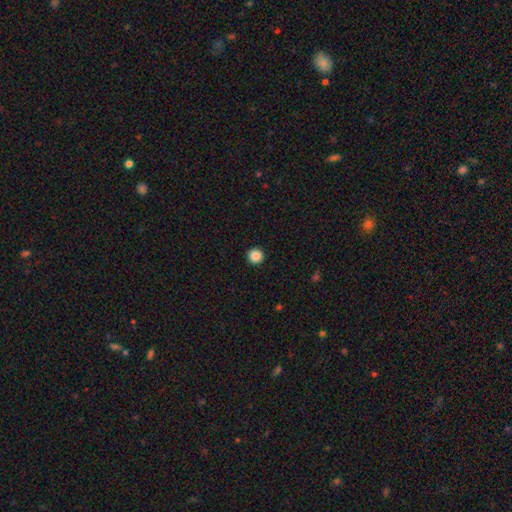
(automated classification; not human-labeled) Overall: smooth (87%). How rounded: round (96%). Merging: none (94%).